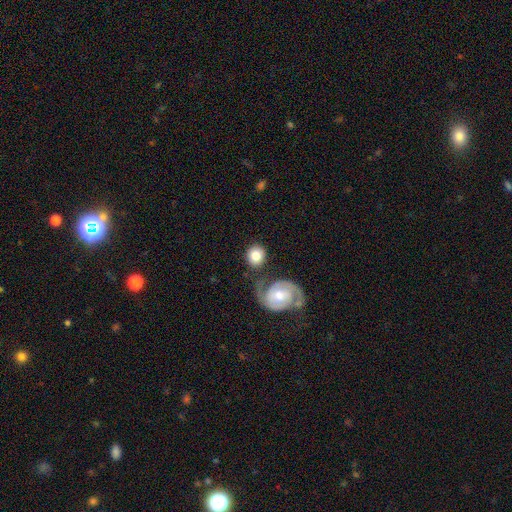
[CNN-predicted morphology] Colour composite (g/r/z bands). It shows a smooth galaxy with no disk features (75%) that is round (78%). Merging: none (64%).